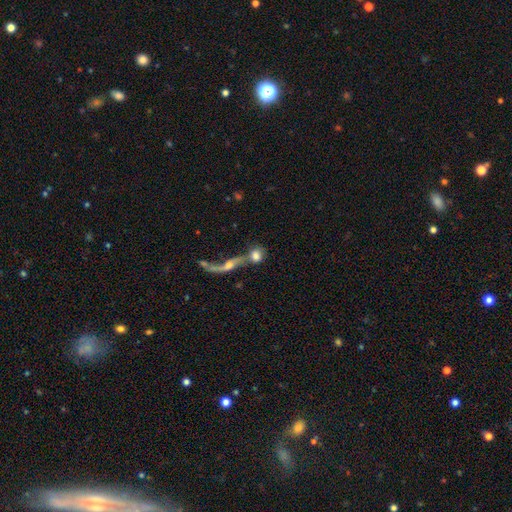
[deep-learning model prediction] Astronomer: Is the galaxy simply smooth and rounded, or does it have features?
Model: smooth — 64%.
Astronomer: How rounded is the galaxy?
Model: round — 62%.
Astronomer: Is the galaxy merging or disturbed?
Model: merger — 56%.